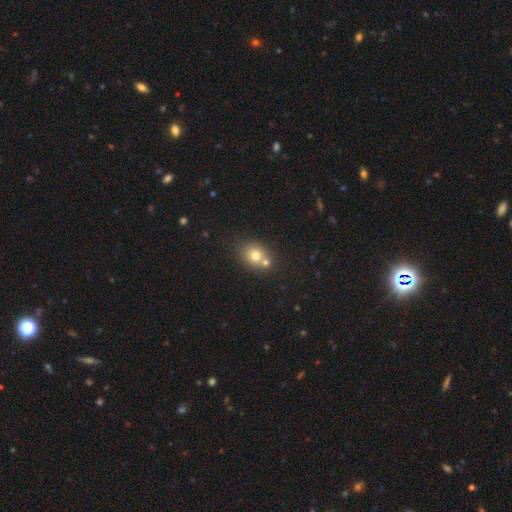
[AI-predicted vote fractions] Smooth or featured: smooth — 73% (star or artifact — 14%)
How rounded: round — 64% (in between — 35%)
Merging: none — 55% (merger — 33%)